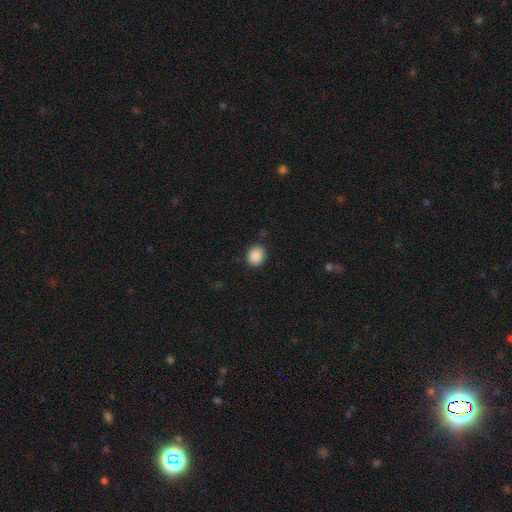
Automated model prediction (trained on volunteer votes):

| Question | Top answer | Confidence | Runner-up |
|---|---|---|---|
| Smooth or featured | smooth | 89% | star or artifact (8%) |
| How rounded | round | 57% | in between (42%) |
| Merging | none | 88% | minor disturbance (9%) |